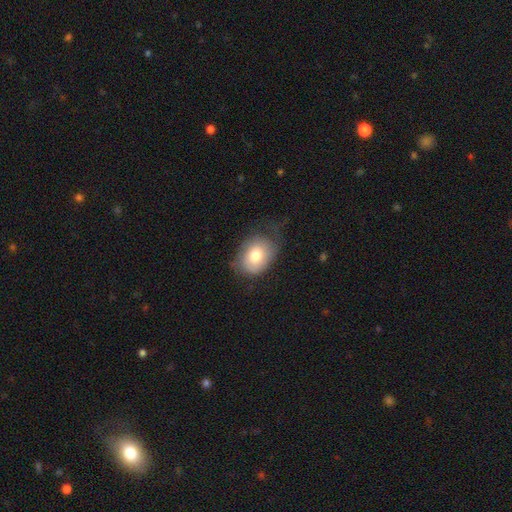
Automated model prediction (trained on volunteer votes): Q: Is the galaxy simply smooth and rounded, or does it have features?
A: smooth — 74%.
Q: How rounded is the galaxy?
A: in between — 61%.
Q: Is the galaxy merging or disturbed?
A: none — 55%.